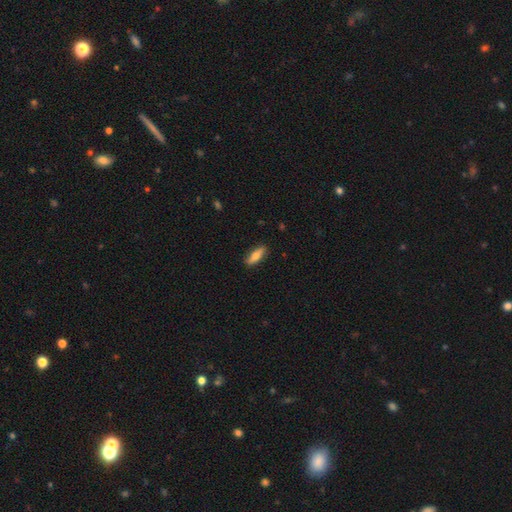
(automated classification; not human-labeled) Q: Smooth or featured?
A: smooth (67%); runner-up: featured or disk (27%)
Q: How rounded?
A: in between (51%); runner-up: cigar-shaped (46%)
Q: Merging?
A: none (88%); runner-up: minor disturbance (9%)